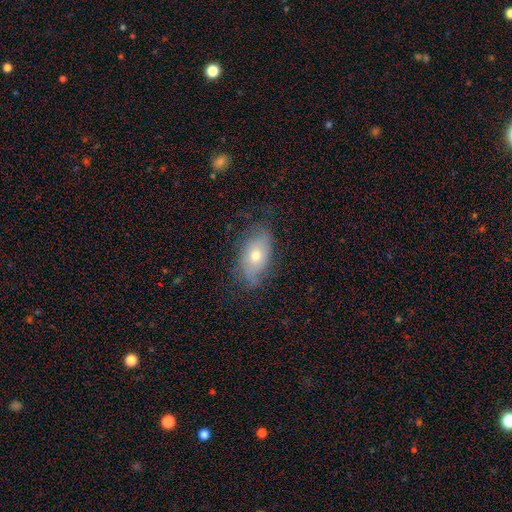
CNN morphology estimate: smooth 61%, featured or disk 29%, star or artifact 9%. Down the decision tree: how rounded — in between (89%); merging — none (68%).